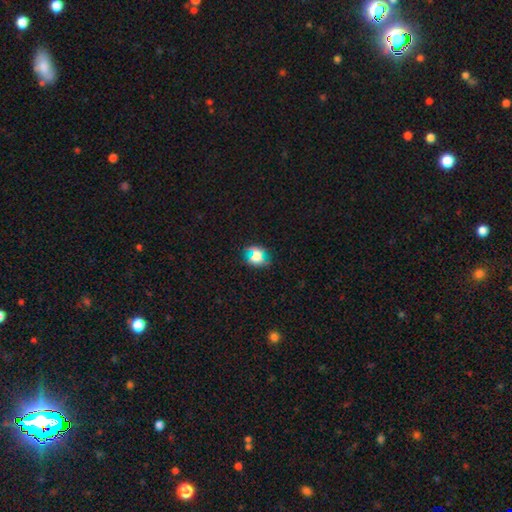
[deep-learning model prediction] This is likely a smooth galaxy (62%). How rounded: likely round (67%). Merging: likely none (75%).